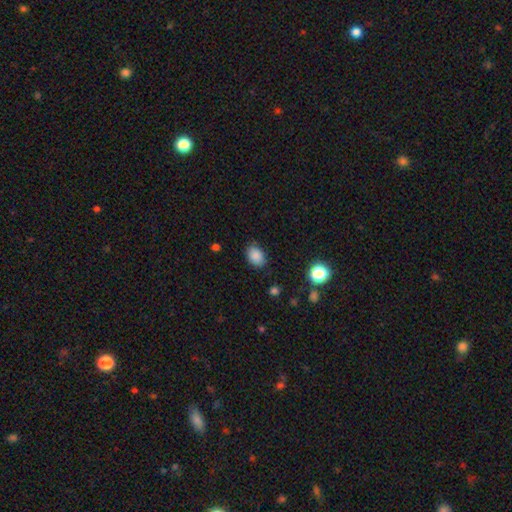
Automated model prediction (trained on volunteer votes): This is clearly a smooth galaxy (86%). How rounded: likely in between (77%). Merging: likely none (79%).